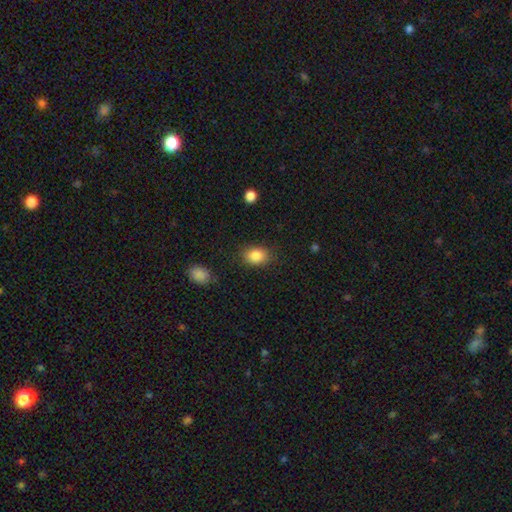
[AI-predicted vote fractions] Smooth or featured? Predicted: smooth (p=0.85). How rounded? Predicted: in between (p=0.64). Merging? Predicted: none (p=0.83).